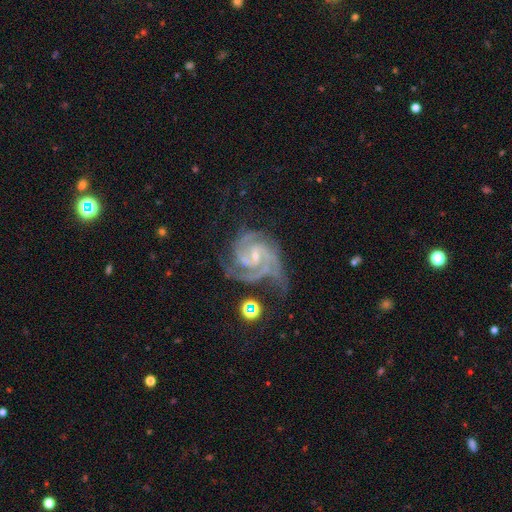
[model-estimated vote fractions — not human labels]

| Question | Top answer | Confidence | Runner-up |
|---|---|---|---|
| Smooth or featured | featured or disk | 93% | star or artifact (5%) |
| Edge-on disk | no | 98% | yes (2%) |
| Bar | weak | 43% | no (41%) |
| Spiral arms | yes | 99% | no (1%) |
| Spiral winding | tight | 57% | medium (39%) |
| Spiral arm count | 3 | 48% | 2 (27%) |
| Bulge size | small | 72% | moderate (24%) |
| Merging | none | 59% | minor disturbance (23%) |